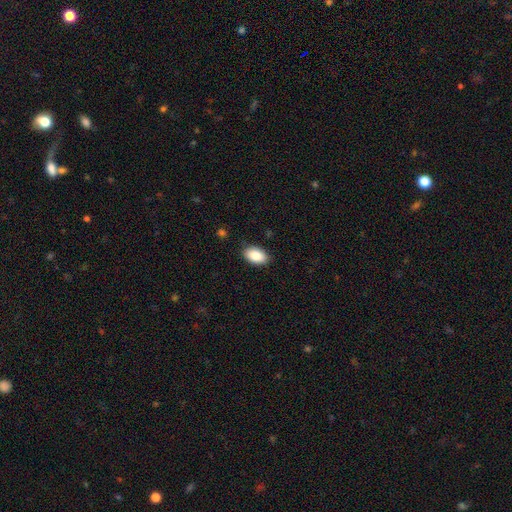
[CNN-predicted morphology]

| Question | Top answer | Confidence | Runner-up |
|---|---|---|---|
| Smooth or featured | smooth | 88% | star or artifact (7%) |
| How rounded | in between | 93% | round (6%) |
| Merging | none | 86% | minor disturbance (10%) |